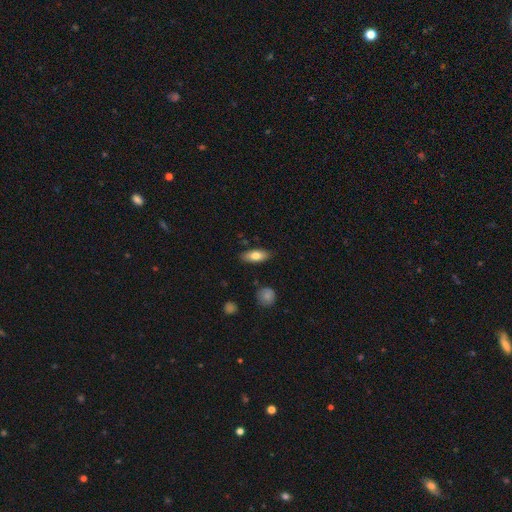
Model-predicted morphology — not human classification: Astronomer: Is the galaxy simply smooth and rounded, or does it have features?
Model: smooth — 76%.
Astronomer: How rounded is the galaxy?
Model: in between — 80%.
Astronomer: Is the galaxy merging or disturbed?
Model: none — 86%.